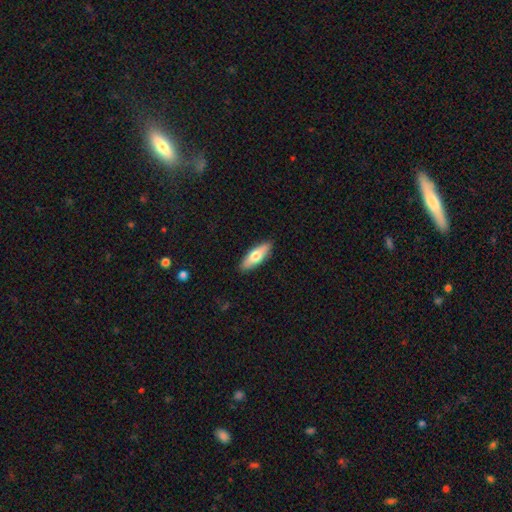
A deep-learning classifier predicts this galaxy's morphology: Smooth or featured: smooth — 68% (featured or disk — 27%)
How rounded: in between — 61% (cigar-shaped — 37%)
Merging: none — 89% (minor disturbance — 8%)